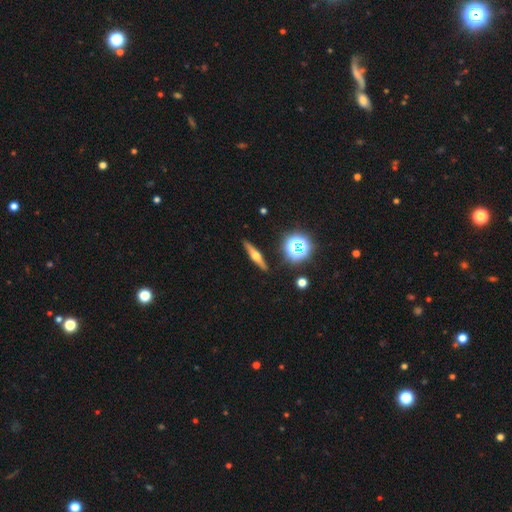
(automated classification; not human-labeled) Smooth or featured: featured or disk — 65% (smooth — 24%)
Edge-on disk: yes — 96% (no — 4%)
Edge-on bulge: rounded — 94% (boxy — 4%)
Merging: none — 90% (minor disturbance — 7%)